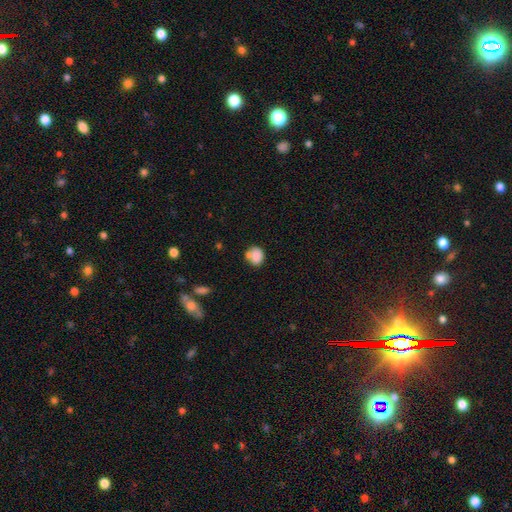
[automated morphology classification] Smooth or featured? smooth (83%)
How rounded? round (67%)
Merging? none (55%)